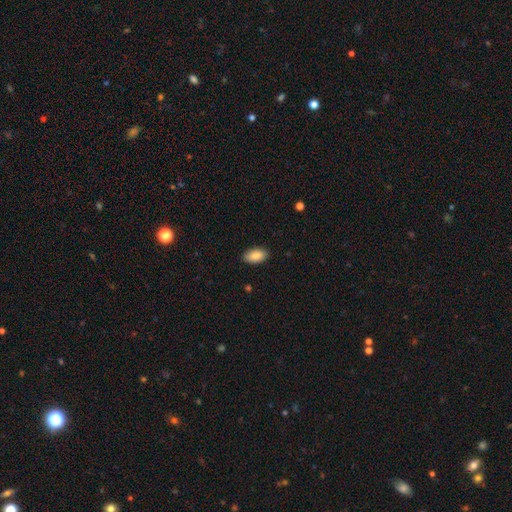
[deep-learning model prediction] Morphology: type=smooth (88%); roundness=in between (94%); merging=none (88%).